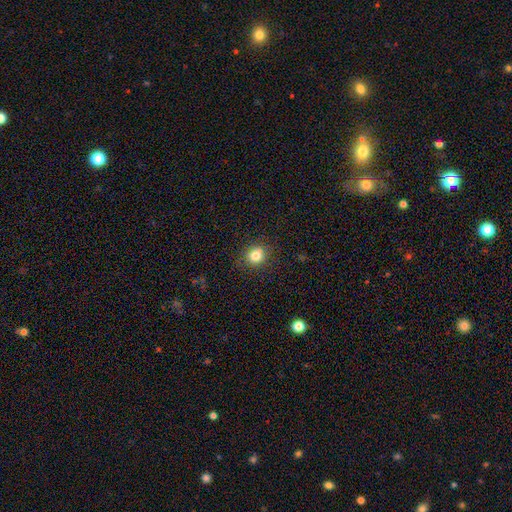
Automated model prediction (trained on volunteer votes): smooth_or_featured: smooth (p=0.80) [alt: star or artifact p=0.13]
how_rounded: round (p=0.76) [alt: in between p=0.23]
merging: none (p=0.81) [alt: minor disturbance p=0.12]